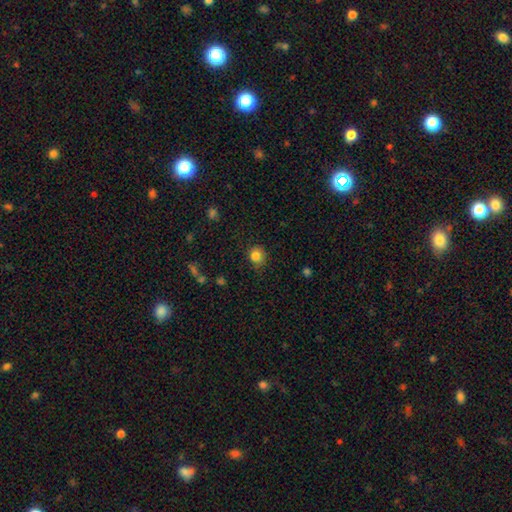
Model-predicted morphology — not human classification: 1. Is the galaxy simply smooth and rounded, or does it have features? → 84% smooth, 11% star or artifact, 5% featured or disk.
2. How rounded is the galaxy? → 83% round, 16% in between, 1% cigar-shaped.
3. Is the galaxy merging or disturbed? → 78% none, 17% minor disturbance, 4% major disturbance, 2% merger.